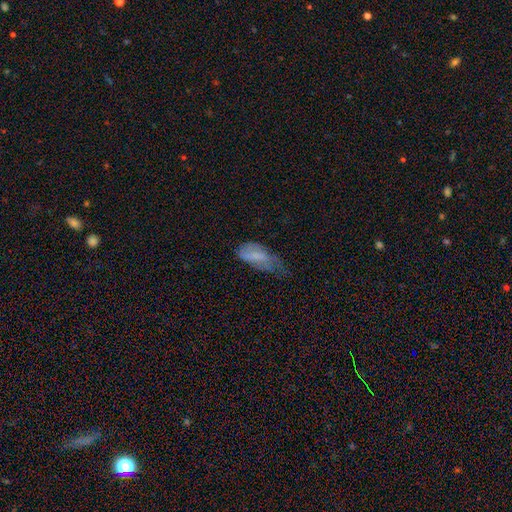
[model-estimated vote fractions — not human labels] smooth 64%, featured or disk 28%, star or artifact 8%. Down the decision tree: how rounded — in between (86%); merging — minor disturbance (41%).